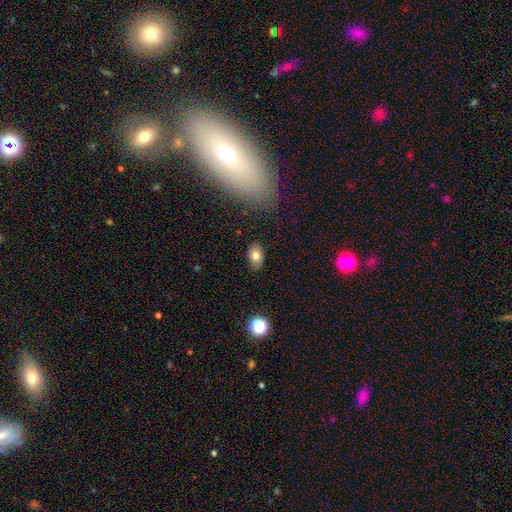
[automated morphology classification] type=smooth (79%); roundness=in between (85%); merging=none (86%).